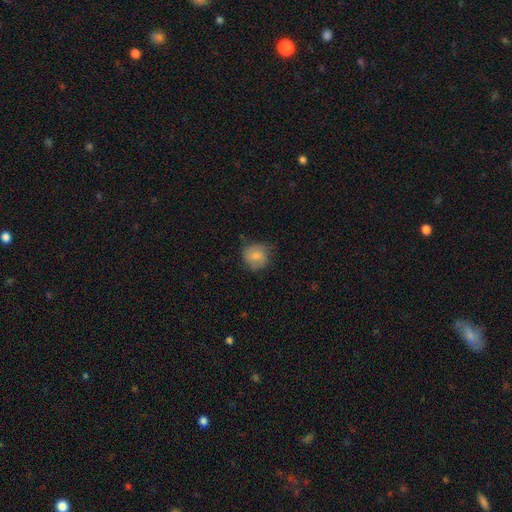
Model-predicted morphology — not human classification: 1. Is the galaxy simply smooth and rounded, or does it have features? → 75% smooth, 18% featured or disk, 7% star or artifact.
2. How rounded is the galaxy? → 84% round, 15% in between, 1% cigar-shaped.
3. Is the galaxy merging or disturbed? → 66% none, 26% minor disturbance, 7% major disturbance, 1% merger.